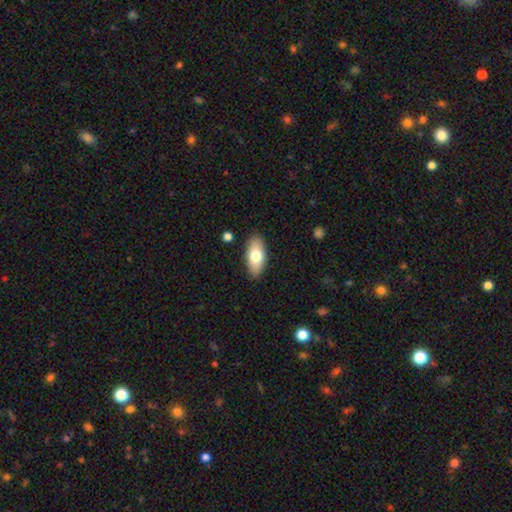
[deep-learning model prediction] A smooth galaxy with no disk features (75%) that is in between round and cigar-shaped (89%). Merging: none (88%).